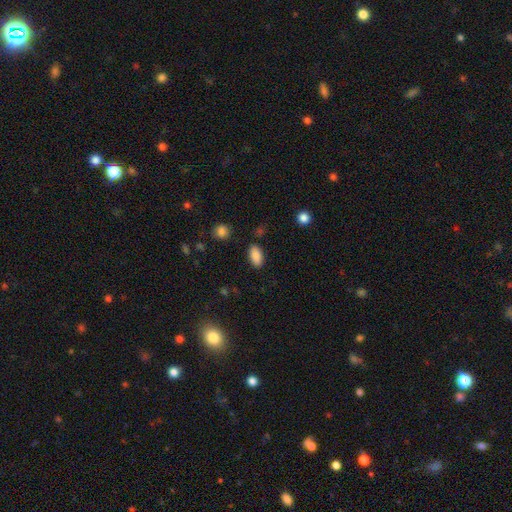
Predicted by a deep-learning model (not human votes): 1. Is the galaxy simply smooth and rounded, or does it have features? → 88% smooth, 8% star or artifact, 4% featured or disk.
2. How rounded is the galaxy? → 92% in between, 4% cigar-shaped, 4% round.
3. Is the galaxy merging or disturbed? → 86% none, 9% minor disturbance, 3% major disturbance, 2% merger.